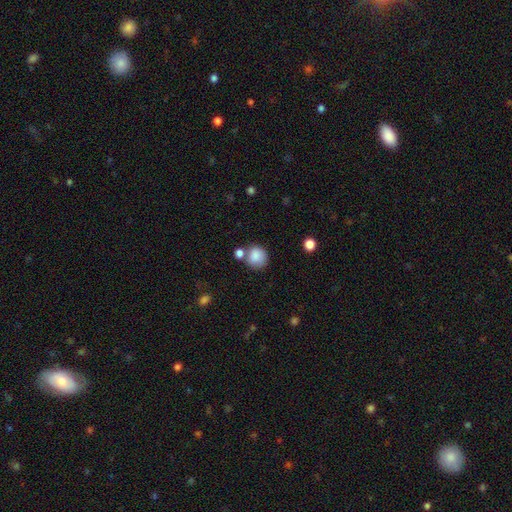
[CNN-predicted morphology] Smooth or featured?
  - smooth: 85% *
  - star or artifact: 9%
  - featured or disk: 6%
How rounded?
  - round: 83% *
  - in between: 16%
  - cigar-shaped: 1%
Merging?
  - none: 59% *
  - merger: 21%
  - minor disturbance: 15%
  - major disturbance: 5%